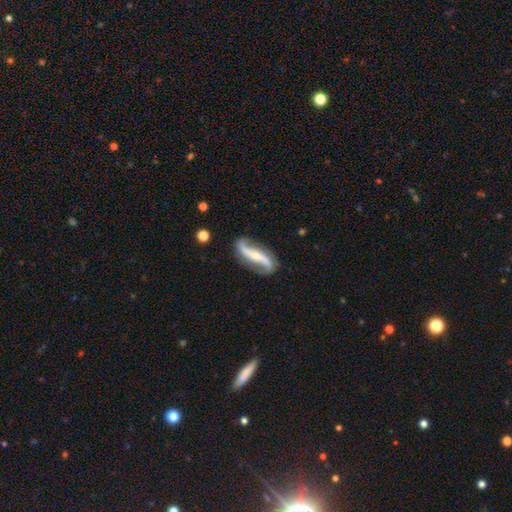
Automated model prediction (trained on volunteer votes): smooth_or_featured: featured or disk (p=0.86) [alt: smooth p=0.09]
disk_edge_on: no (p=0.89) [alt: yes p=0.11]
bar: strong (p=0.48) [alt: no p=0.29]
has_spiral_arms: yes (p=0.95) [alt: no p=0.05]
spiral_winding: loose (p=0.81) [alt: medium p=0.14]
spiral_arm_count: 2 (p=0.93) [alt: 1 p=0.02]
bulge_size: small (p=0.58) [alt: moderate p=0.30]
merging: none (p=0.80) [alt: minor disturbance p=0.13]